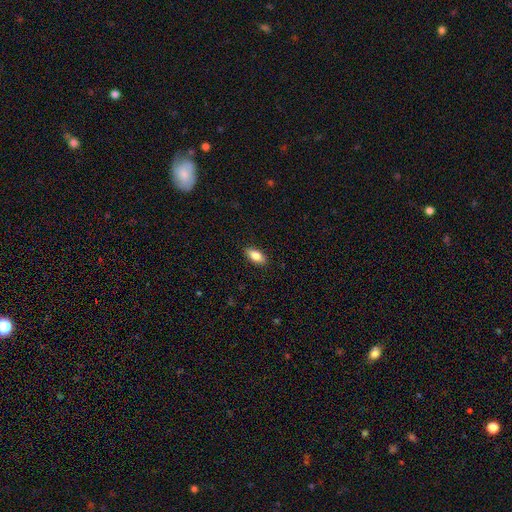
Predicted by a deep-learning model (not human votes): A smooth galaxy with no disk features (81%) that is in between round and cigar-shaped (88%). Merging: none (89%).